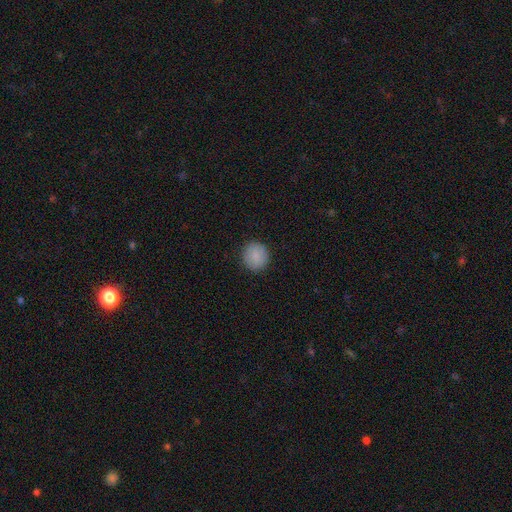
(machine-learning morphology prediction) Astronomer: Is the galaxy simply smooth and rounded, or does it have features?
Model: smooth — 88%.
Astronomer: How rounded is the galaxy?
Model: round — 92%.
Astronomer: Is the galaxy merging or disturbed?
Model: none — 91%.